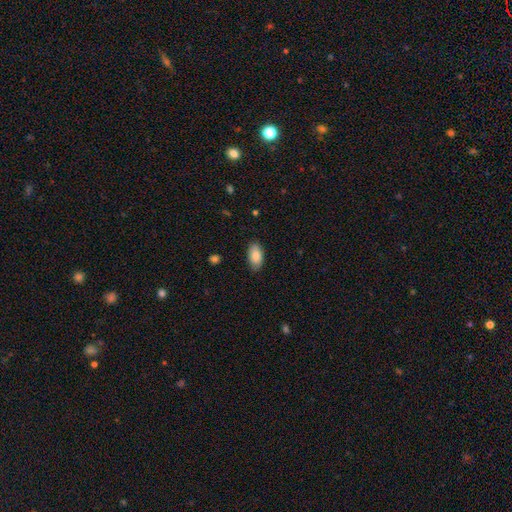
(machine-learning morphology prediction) A smooth galaxy with no disk features (86%) that is in between round and cigar-shaped (93%). Merging: none (84%).